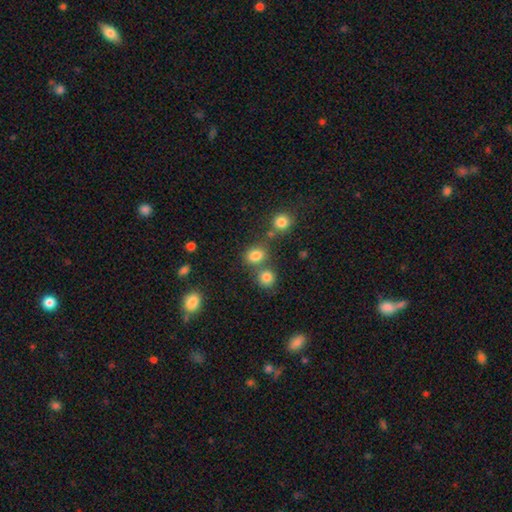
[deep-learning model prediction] Overall: smooth (80%). How rounded: round (52%; in between 47%). Merging: none (60%; merger 25%).